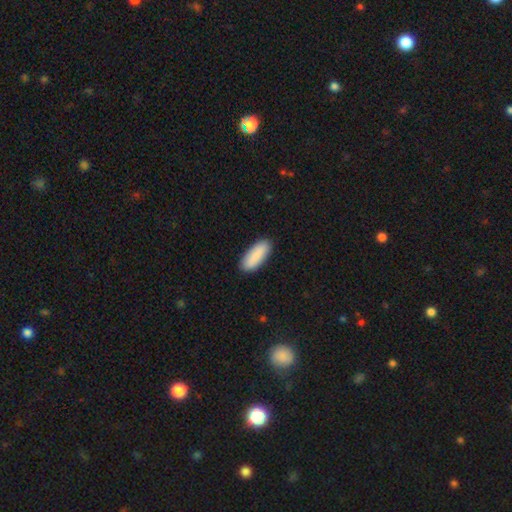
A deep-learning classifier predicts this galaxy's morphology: smooth_or_featured: smooth (p=0.89) [alt: star or artifact p=0.05]
how_rounded: in between (p=0.72) [alt: cigar-shaped p=0.26]
merging: none (p=0.89) [alt: minor disturbance p=0.09]